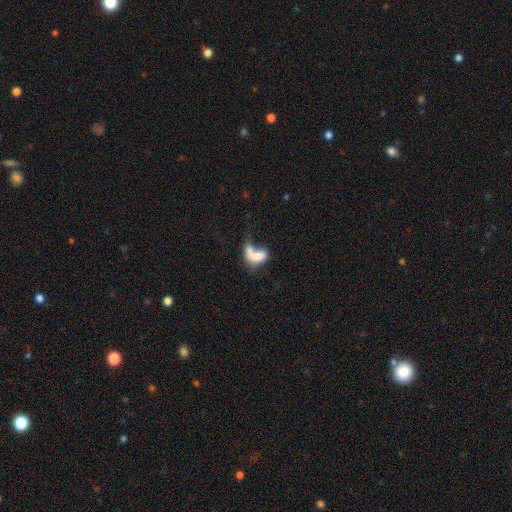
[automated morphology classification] smooth 67%, featured or disk 24%, star or artifact 9%. Down the decision tree: how rounded — in between (84%); merging — merger (49%).